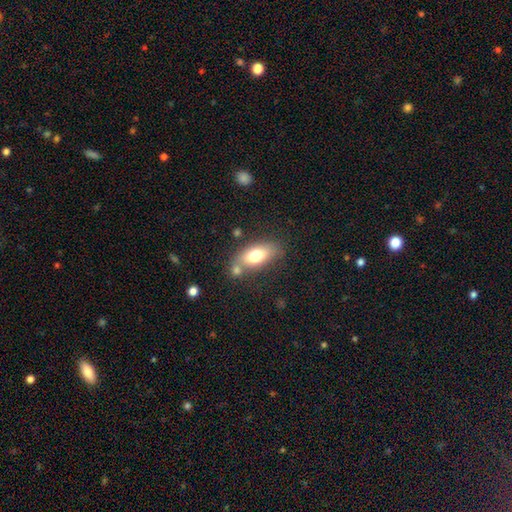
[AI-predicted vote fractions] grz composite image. It shows a smooth galaxy with no disk features (73%) that is in between round and cigar-shaped (85%). Merging: none (59%).